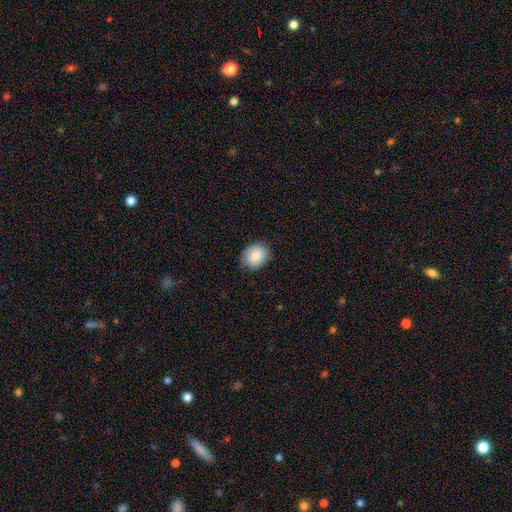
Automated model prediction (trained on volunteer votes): Smooth or featured?
  - smooth: 86% *
  - star or artifact: 7%
  - featured or disk: 7%
How rounded?
  - round: 57% *
  - in between: 43%
  - cigar-shaped: 1%
Merging?
  - none: 81% *
  - minor disturbance: 15%
  - major disturbance: 3%
  - merger: 1%